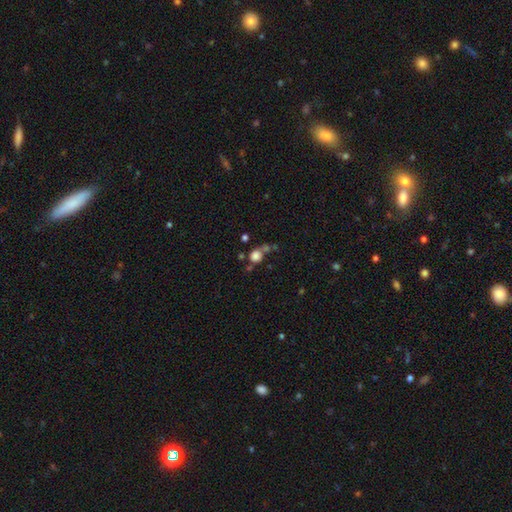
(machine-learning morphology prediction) smooth_or_featured: smooth (p=0.77) [alt: star or artifact p=0.13]
how_rounded: round (p=0.82) [alt: in between p=0.17]
merging: none (p=0.46) [alt: merger p=0.30]